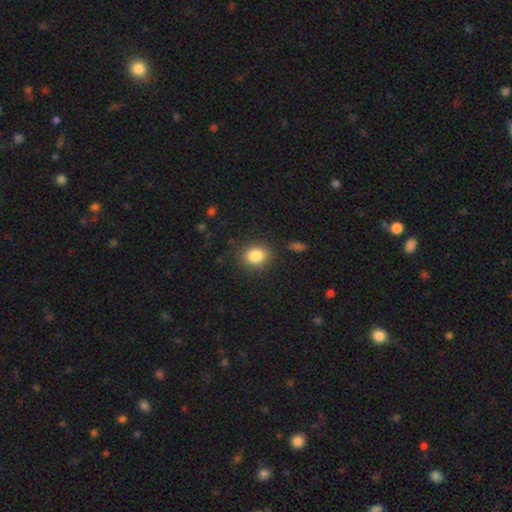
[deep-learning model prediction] This is clearly a smooth galaxy (84%). How rounded: likely round (62%). Merging: clearly none (84%).